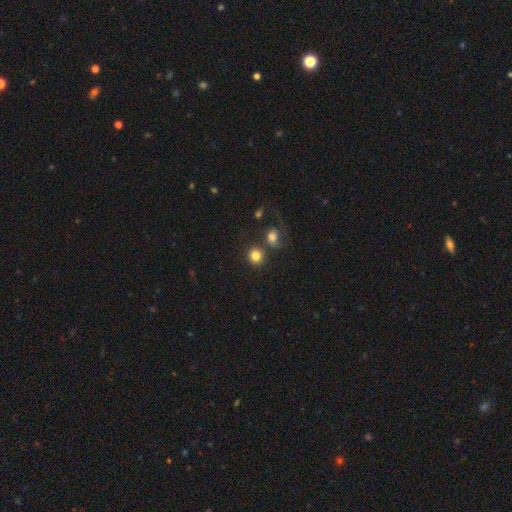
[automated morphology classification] Q: Smooth or featured?
A: smooth (82%); runner-up: star or artifact (10%)
Q: How rounded?
A: round (86%); runner-up: in between (13%)
Q: Merging?
A: none (69%); runner-up: merger (18%)